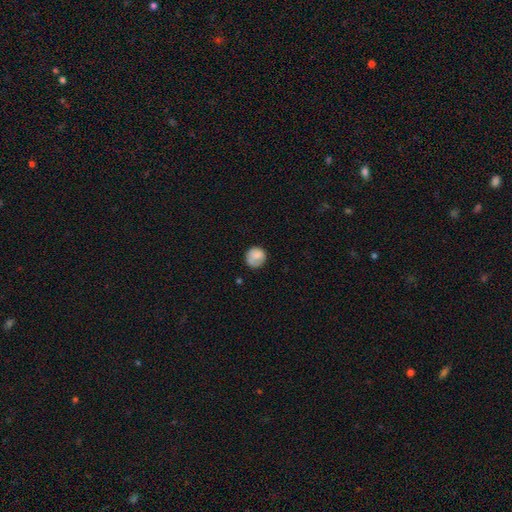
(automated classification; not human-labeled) Morphology: type=smooth (81%); roundness=round (89%); merging=none (71%).